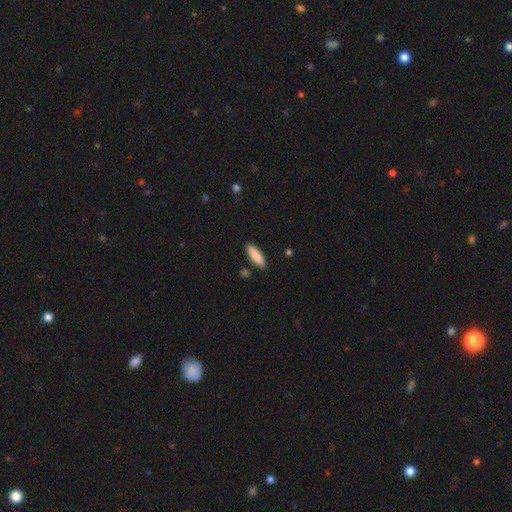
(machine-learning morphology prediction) Smooth or featured?
  - smooth: 87% *
  - featured or disk: 7%
  - star or artifact: 6%
How rounded?
  - cigar-shaped: 55% *
  - in between: 44%
  - round: 2%
Merging?
  - none: 87% *
  - minor disturbance: 9%
  - merger: 2%
  - major disturbance: 2%